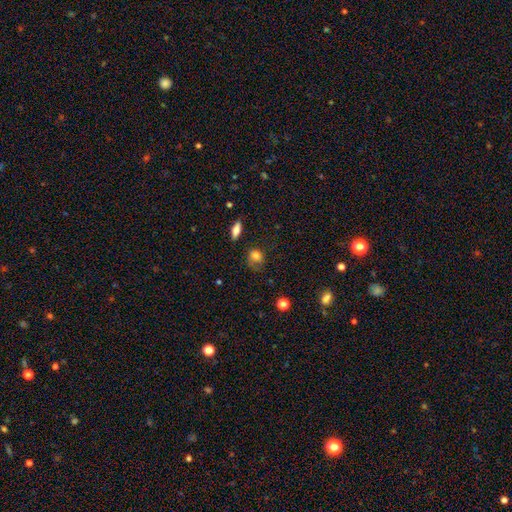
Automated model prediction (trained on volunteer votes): This is likely a smooth galaxy (78%). How rounded: possibly round (54%). Merging: possibly none (46%).